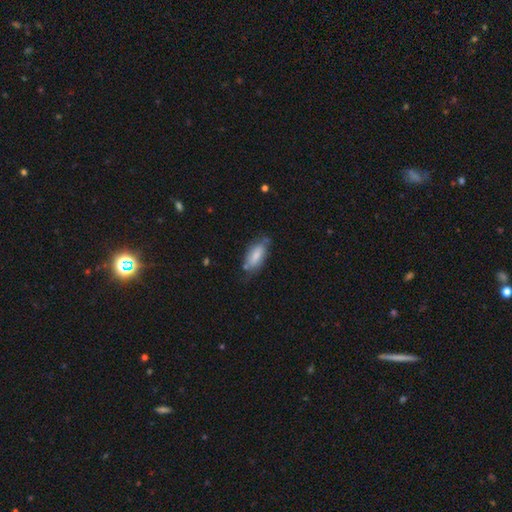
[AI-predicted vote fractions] smooth_or_featured: smooth (p=0.77) [alt: featured or disk p=0.16]
how_rounded: in between (p=0.82) [alt: cigar-shaped p=0.16]
merging: none (p=0.62) [alt: minor disturbance p=0.26]